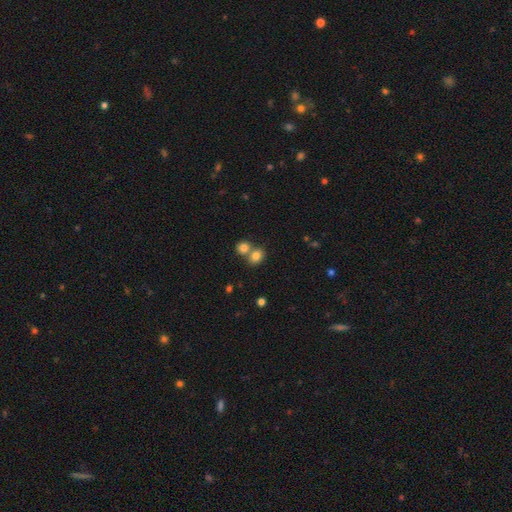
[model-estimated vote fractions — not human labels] Overall: smooth (80%). How rounded: round (50%; in between 48%). Merging: merger (48%; none 42%).